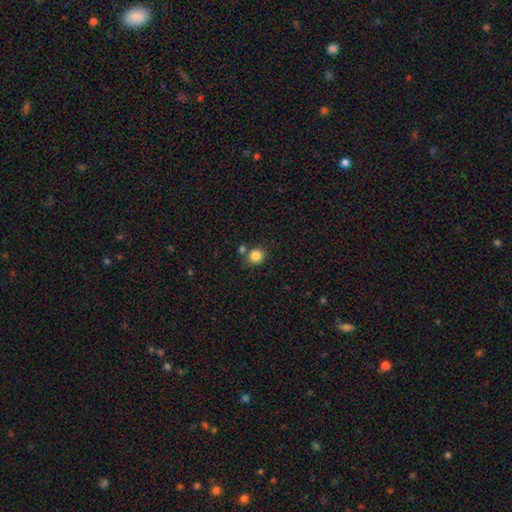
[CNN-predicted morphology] A smooth galaxy with no disk features (85%) that is round (88%).

Vote fractions:
- Smooth or featured? smooth: 85% / star or artifact: 10% / featured or disk: 4%
- How rounded? round: 88% / in between: 11% / cigar-shaped: 1%
- Merging? none: 73% / merger: 14% / minor disturbance: 10% / major disturbance: 3%